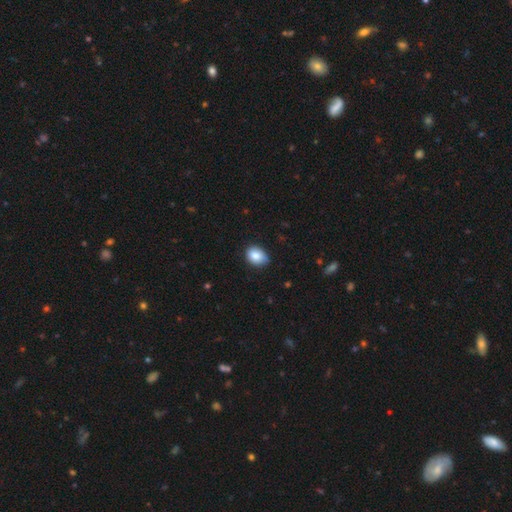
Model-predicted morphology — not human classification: Smooth or featured? smooth (83%)
How rounded? in between (58%)
Merging? none (72%)